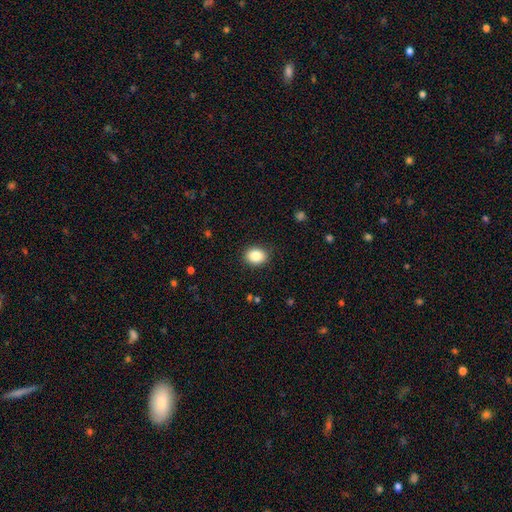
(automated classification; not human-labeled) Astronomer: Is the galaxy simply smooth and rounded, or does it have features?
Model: smooth — 87%.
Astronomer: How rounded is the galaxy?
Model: in between — 53% (runner-up: round, 46%).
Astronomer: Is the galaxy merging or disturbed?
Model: none — 88%.